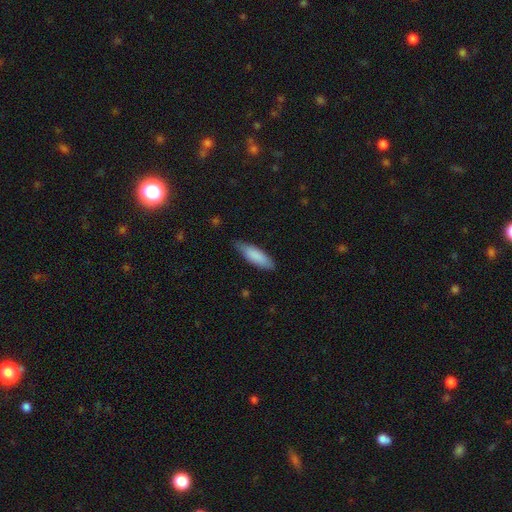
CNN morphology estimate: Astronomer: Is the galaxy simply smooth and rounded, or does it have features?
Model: smooth — 85%.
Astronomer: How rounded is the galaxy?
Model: in between — 50% (runner-up: cigar-shaped, 49%).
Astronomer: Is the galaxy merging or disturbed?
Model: none — 76%.